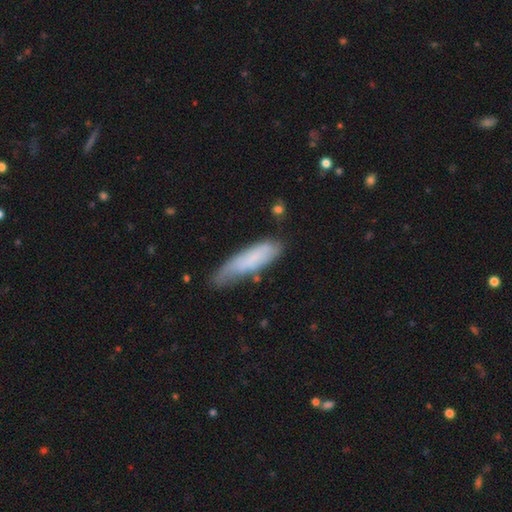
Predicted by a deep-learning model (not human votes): smooth-or-featured: smooth: 68% | featured or disk: 23% | star or artifact: 8%
  how-rounded: cigar-shaped: 68% | in between: 30% | round: 2%
  merging: none: 57% | minor disturbance: 31% | major disturbance: 9% | merger: 4%